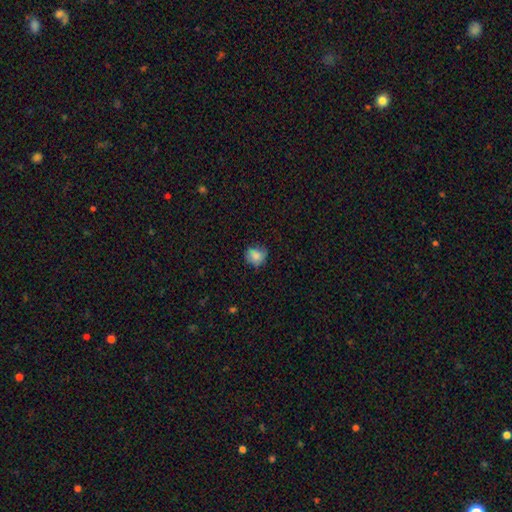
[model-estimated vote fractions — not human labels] A smooth galaxy with no disk features (80%) that is round (73%).

Vote fractions:
- Smooth or featured? smooth: 80% / featured or disk: 11% / star or artifact: 9%
- How rounded? round: 73% / in between: 26% / cigar-shaped: 1%
- Merging? none: 65% / minor disturbance: 26% / major disturbance: 8% / merger: 1%